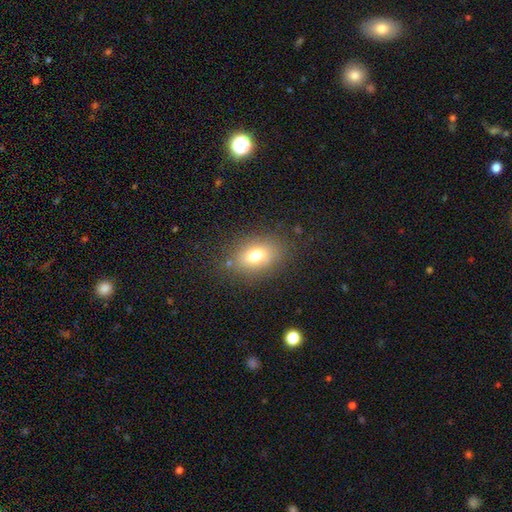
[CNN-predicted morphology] Smooth or featured? smooth (72%)
How rounded? in between (71%)
Merging? none (82%)